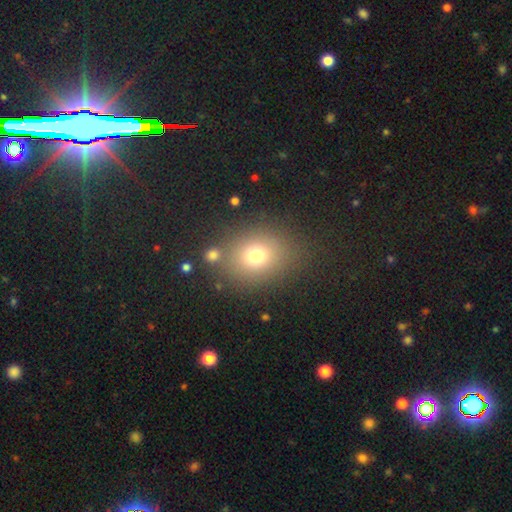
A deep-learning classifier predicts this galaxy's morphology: Smooth or featured? smooth (73%)
How rounded? round (59%)
Merging? none (77%)